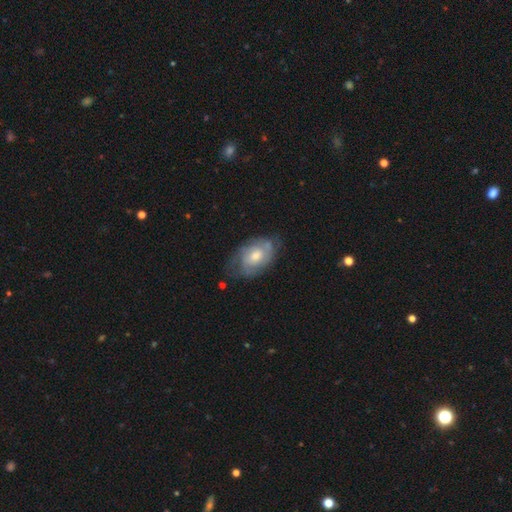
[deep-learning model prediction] Overall: featured or disk (62%; smooth 32%). Edge-on disk: no (95%). Bar: no (70%). Spiral arms: yes (77%). Bulge size: moderate (60%; small 28%). Merging: none (57%; minor disturbance 28%).